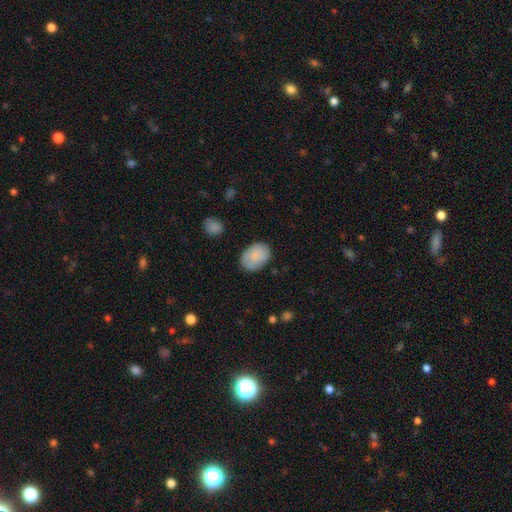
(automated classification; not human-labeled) smooth_or_featured: smooth (p=0.83) [alt: featured or disk p=0.10]
how_rounded: in between (p=0.78) [alt: round p=0.21]
merging: none (p=0.77) [alt: minor disturbance p=0.17]